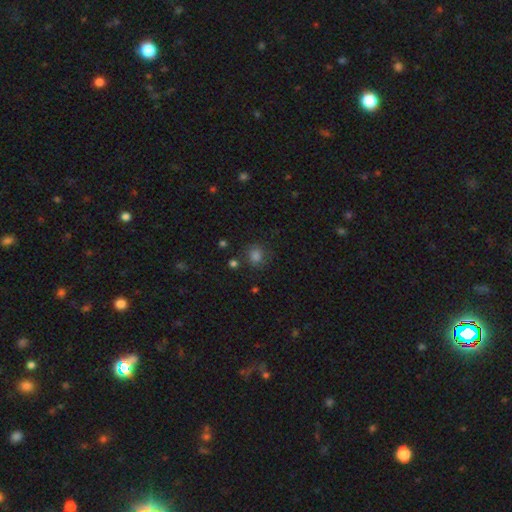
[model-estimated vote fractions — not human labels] Overall: smooth (78%). How rounded: round (79%). Merging: none (78%).